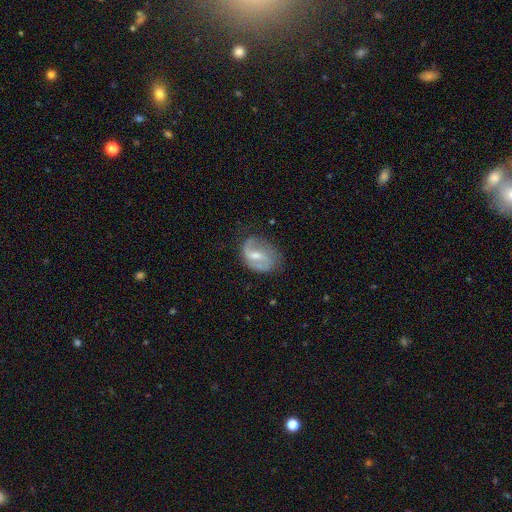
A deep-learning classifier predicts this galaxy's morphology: This appears to be a featured or disk galaxy (76%) with a weak bar (52%), 2 (73%) medium (42%) spiral arms (88%) and a moderate central bulge (52%). Merging: none (62%).